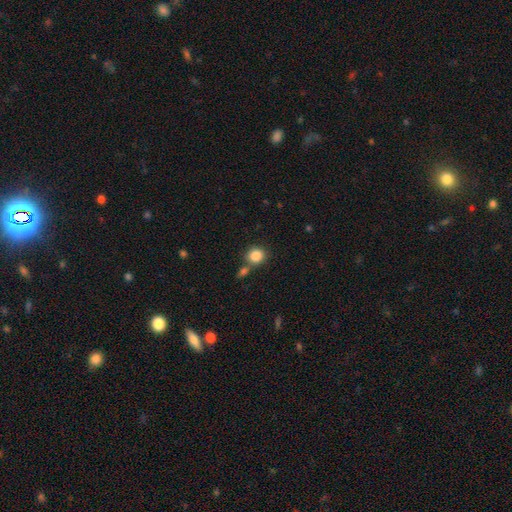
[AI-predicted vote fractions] Morphology: type=smooth (86%); roundness=round (80%); merging=none (66%).